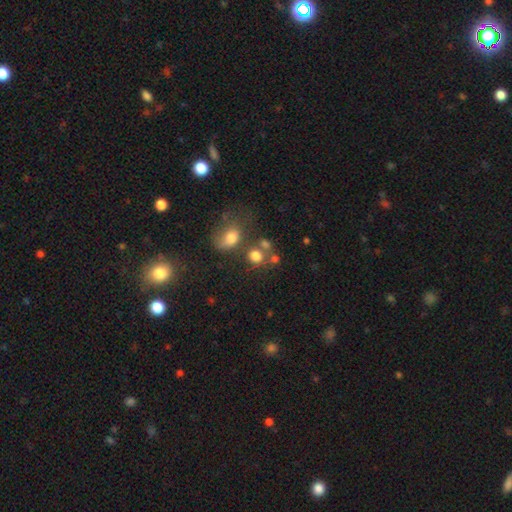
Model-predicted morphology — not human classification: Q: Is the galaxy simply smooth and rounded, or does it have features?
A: smooth — 76%.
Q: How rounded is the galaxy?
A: round — 76%.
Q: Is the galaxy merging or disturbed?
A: none — 49%.